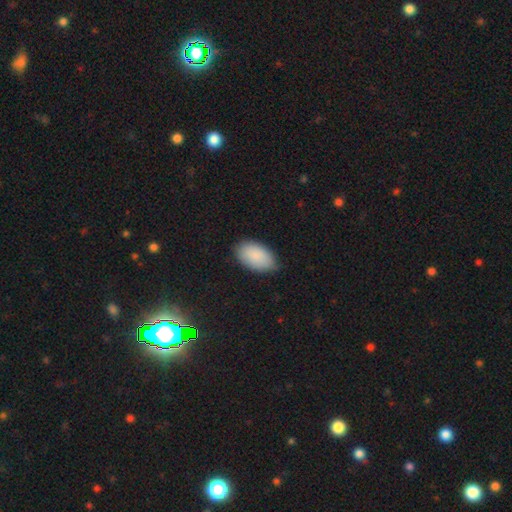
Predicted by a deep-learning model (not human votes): smooth 89%, star or artifact 6%, featured or disk 5%. Down the decision tree: how rounded — in between (95%); merging — none (80%).